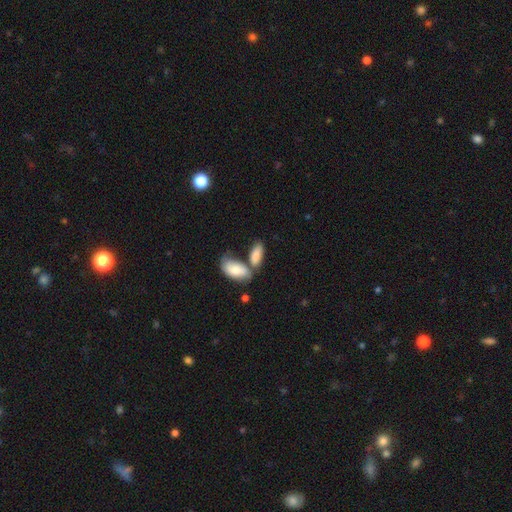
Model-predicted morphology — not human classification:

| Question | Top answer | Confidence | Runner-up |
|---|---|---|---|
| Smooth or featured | smooth | 83% | featured or disk (11%) |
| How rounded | in between | 88% | cigar-shaped (9%) |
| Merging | merger | 42% | none (39%) |